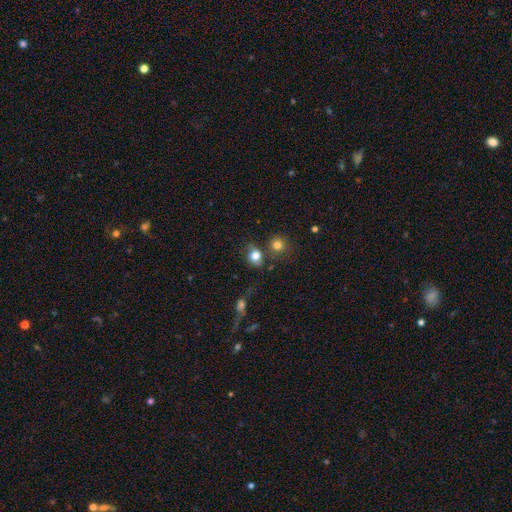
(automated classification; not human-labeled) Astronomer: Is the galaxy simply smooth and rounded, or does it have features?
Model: smooth — 78%.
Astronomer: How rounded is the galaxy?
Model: round — 64%.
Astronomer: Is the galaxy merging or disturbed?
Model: none — 59%.